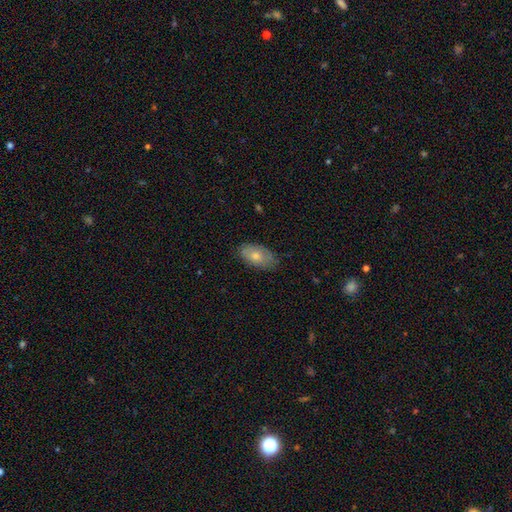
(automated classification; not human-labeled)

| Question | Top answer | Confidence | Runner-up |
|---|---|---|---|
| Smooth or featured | smooth | 67% | featured or disk (26%) |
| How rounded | in between | 92% | round (5%) |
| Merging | none | 70% | minor disturbance (24%) |